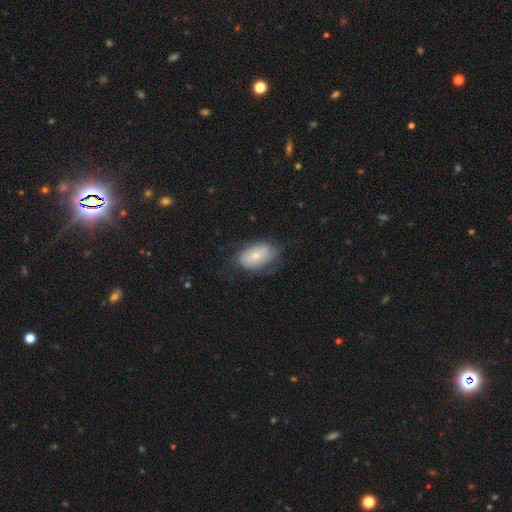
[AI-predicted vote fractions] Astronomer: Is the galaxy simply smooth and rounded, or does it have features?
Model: smooth — 63%.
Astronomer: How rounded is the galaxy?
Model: in between — 90%.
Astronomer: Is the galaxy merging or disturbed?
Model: none — 60%.